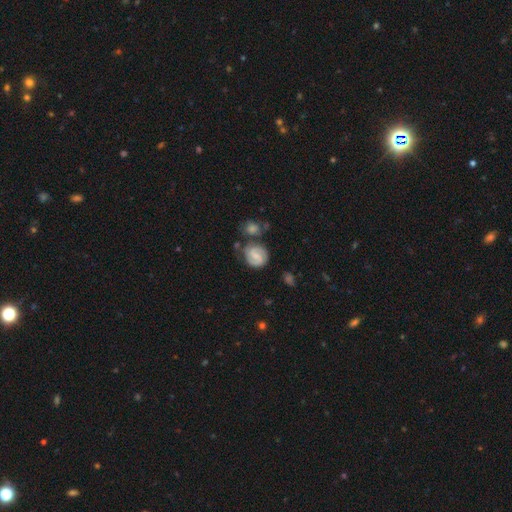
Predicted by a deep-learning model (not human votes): Morphology: type=featured or disk (67%); edge-on=no (97%); bar=weak (52%); spiral arms=yes (93%); winding=tight (45%); arm count=2 (85%); bulge=small (47%); merging=none (63%).